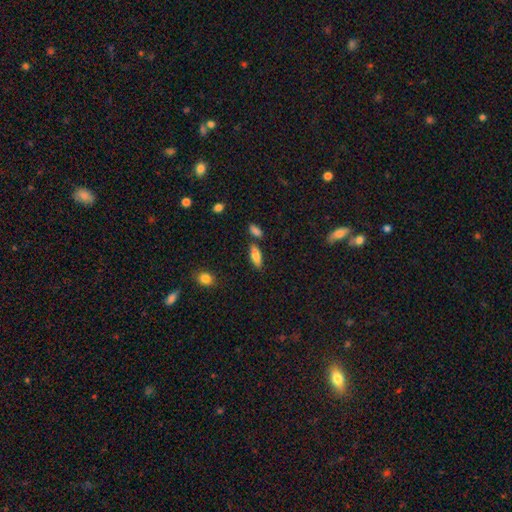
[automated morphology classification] smooth-or-featured: smooth: 81% | featured or disk: 12% | star or artifact: 7%
  how-rounded: in between: 69% | cigar-shaped: 28% | round: 2%
  merging: none: 74% | minor disturbance: 12% | merger: 11% | major disturbance: 3%